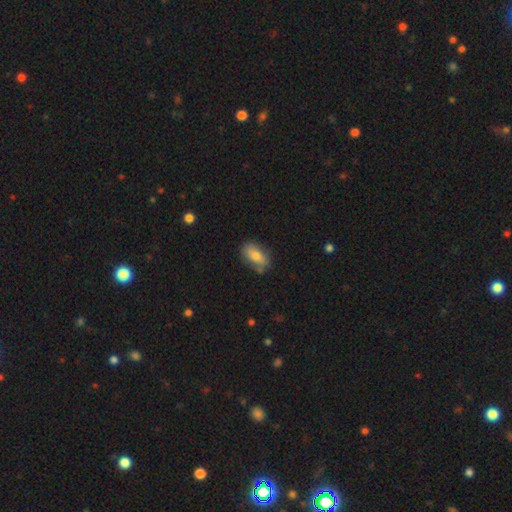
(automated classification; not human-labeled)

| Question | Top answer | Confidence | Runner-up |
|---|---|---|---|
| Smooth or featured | smooth | 73% | featured or disk (19%) |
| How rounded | in between | 88% | round (6%) |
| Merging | none | 71% | minor disturbance (22%) |